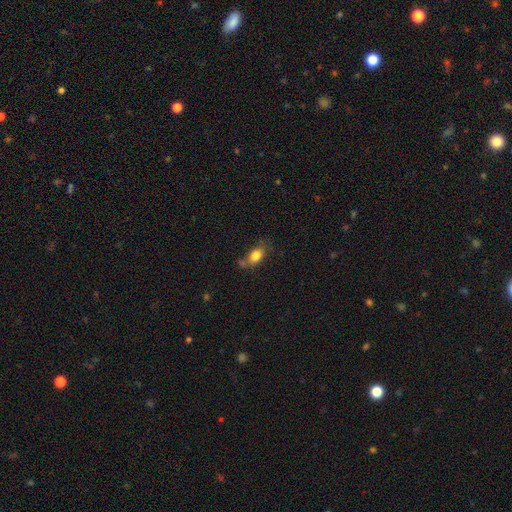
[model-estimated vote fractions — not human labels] Smooth or featured? smooth (79%)
How rounded? in between (83%)
Merging? none (52%)